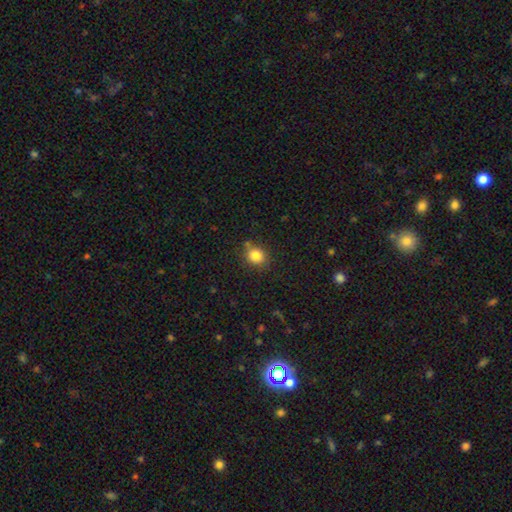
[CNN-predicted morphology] smooth-or-featured: smooth: 83% | star or artifact: 11% | featured or disk: 5%
  how-rounded: round: 76% | in between: 23% | cigar-shaped: 1%
  merging: none: 78% | minor disturbance: 13% | merger: 5% | major disturbance: 4%